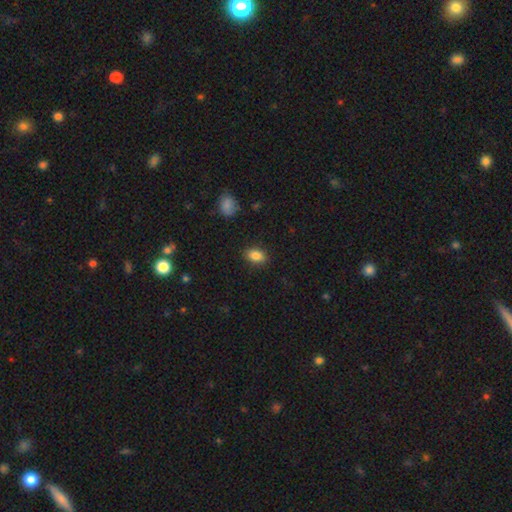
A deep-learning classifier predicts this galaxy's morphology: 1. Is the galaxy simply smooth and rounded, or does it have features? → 86% smooth, 9% star or artifact, 5% featured or disk.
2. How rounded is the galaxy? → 83% in between, 15% round, 2% cigar-shaped.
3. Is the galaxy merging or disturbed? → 87% none, 10% minor disturbance, 2% major disturbance, 1% merger.